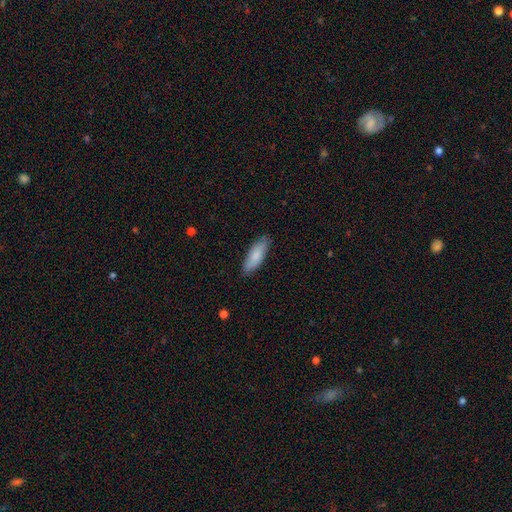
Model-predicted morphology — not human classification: smooth_or_featured: smooth (p=0.82) [alt: featured or disk p=0.12]
how_rounded: in between (p=0.62) [alt: cigar-shaped p=0.36]
merging: none (p=0.84) [alt: minor disturbance p=0.12]